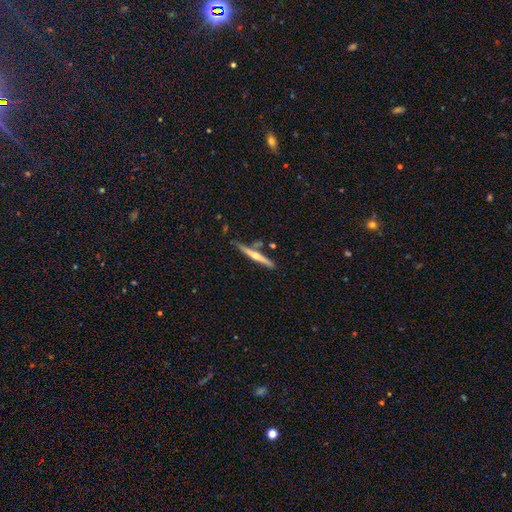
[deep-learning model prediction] Smooth or featured?
  - featured or disk: 60% *
  - smooth: 35%
  - star or artifact: 6%
Edge-on disk?
  - yes: 97% *
  - no: 3%
Edge-on bulge?
  - rounded: 75% *
  - none: 18%
  - boxy: 7%
Merging?
  - none: 77% *
  - minor disturbance: 13%
  - merger: 7%
  - major disturbance: 3%